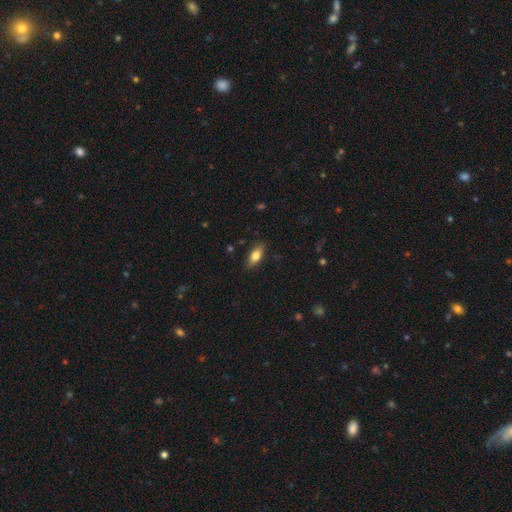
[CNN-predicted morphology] Q: Smooth or featured?
A: smooth (73%); runner-up: featured or disk (19%)
Q: How rounded?
A: in between (79%); runner-up: cigar-shaped (17%)
Q: Merging?
A: none (84%); runner-up: minor disturbance (12%)